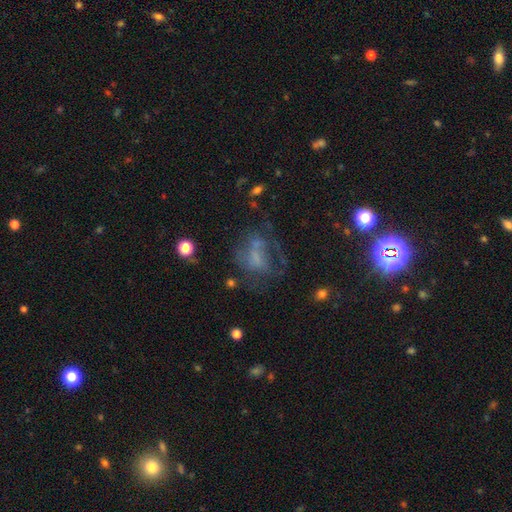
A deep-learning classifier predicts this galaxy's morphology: Smooth or featured?
  - featured or disk: 45% *
  - smooth: 31%
  - star or artifact: 24%
Merging?
  - none: 39% *
  - major disturbance: 34%
  - minor disturbance: 19%
  - merger: 7%